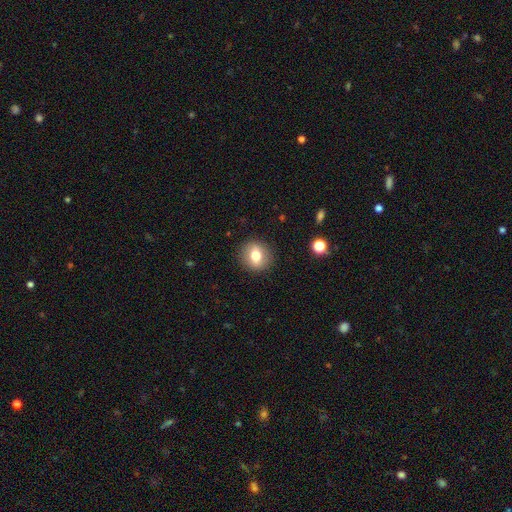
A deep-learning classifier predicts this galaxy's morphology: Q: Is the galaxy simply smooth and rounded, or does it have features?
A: smooth — 72%.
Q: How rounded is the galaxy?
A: round — 72%.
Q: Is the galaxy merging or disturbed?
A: none — 89%.